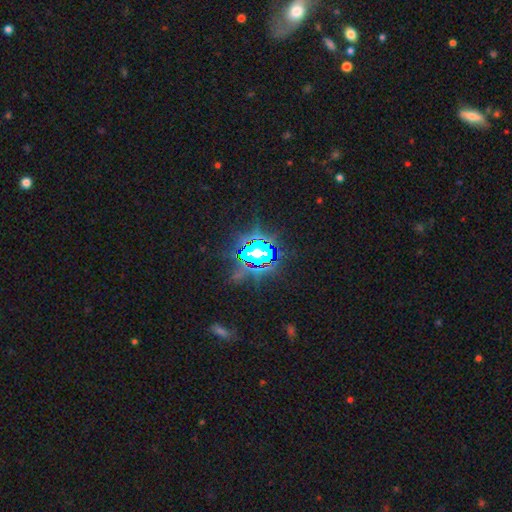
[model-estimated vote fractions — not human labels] smooth-or-featured: star or artifact: 82% | smooth: 11% | featured or disk: 7%